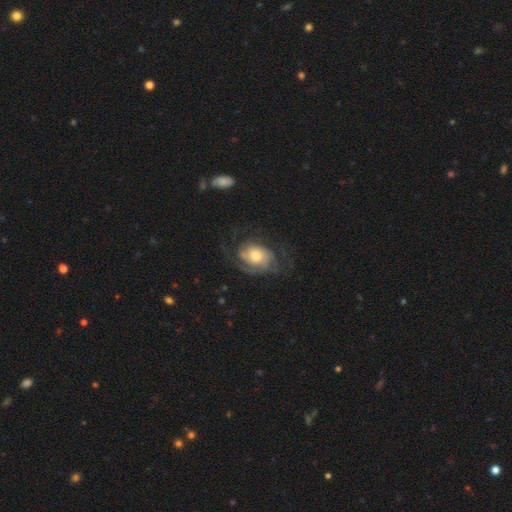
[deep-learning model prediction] Smooth or featured?
  - featured or disk: 80% *
  - smooth: 15%
  - star or artifact: 6%
Edge-on disk?
  - no: 97% *
  - yes: 3%
Bar?
  - no: 76% *
  - weak: 20%
  - strong: 4%
Spiral arms?
  - yes: 94% *
  - no: 6%
Spiral winding?
  - tight: 45% *
  - medium: 38%
  - loose: 16%
Spiral arm count?
  - 3: 27% *
  - can't tell: 26%
  - 2: 25%
  - 4: 9%
  - 1: 7%
  - more than 4: 6%
Bulge size?
  - moderate: 59% *
  - large: 21%
  - small: 16%
  - dominant: 2%
  - none: 2%
Merging?
  - none: 61% *
  - major disturbance: 20%
  - minor disturbance: 18%
  - merger: 1%